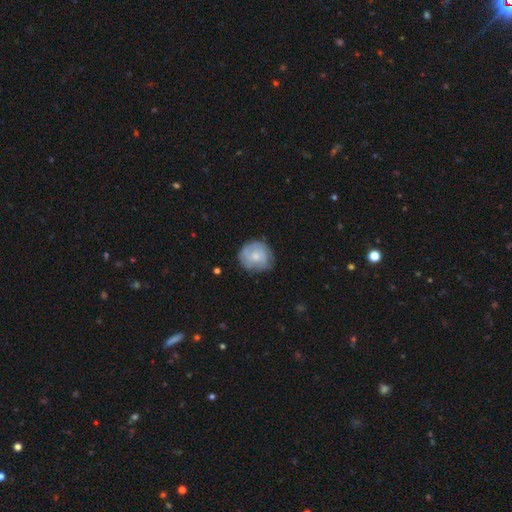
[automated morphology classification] type=featured or disk (55%); edge-on=no (98%); bar=no (76%); spiral arms=yes (81%); bulge=small (52%); merging=none (74%).